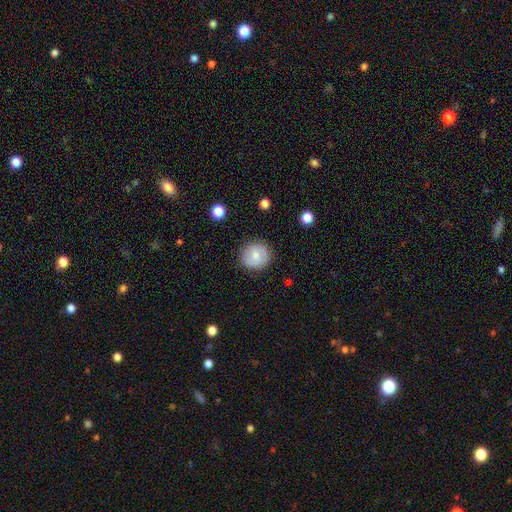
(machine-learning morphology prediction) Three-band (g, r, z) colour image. It shows a smooth galaxy with no disk features (66%) that is round (90%). Merging: none (84%).